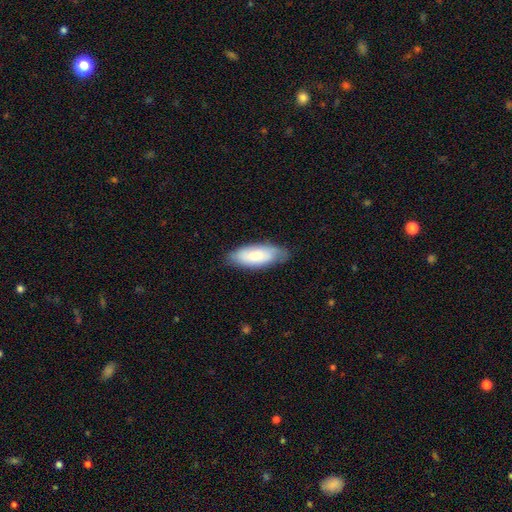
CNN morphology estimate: type=smooth (77%); roundness=in between (80%); merging=none (73%).